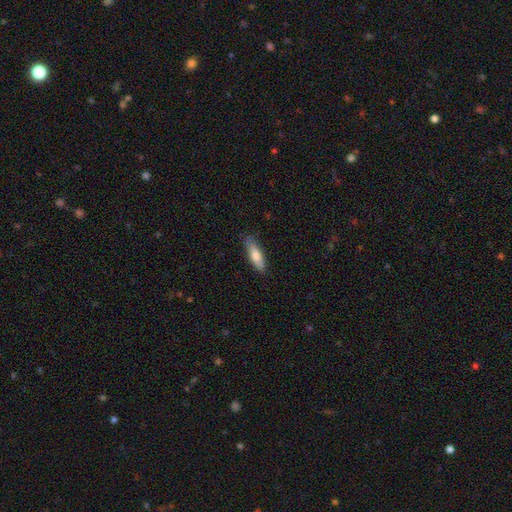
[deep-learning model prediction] smooth_or_featured: smooth (p=0.76) [alt: featured or disk p=0.18]
how_rounded: cigar-shaped (p=0.50) [alt: in between p=0.48]
merging: none (p=0.79) [alt: minor disturbance p=0.17]